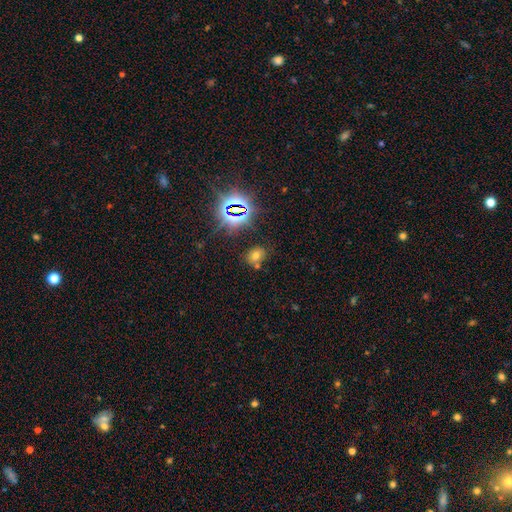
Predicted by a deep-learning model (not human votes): The model was most divided on "how rounded": in between: 56%, round: 43%, cigar-shaped: 1%. More confident: merging — none (70%); smooth or featured — smooth (57%).